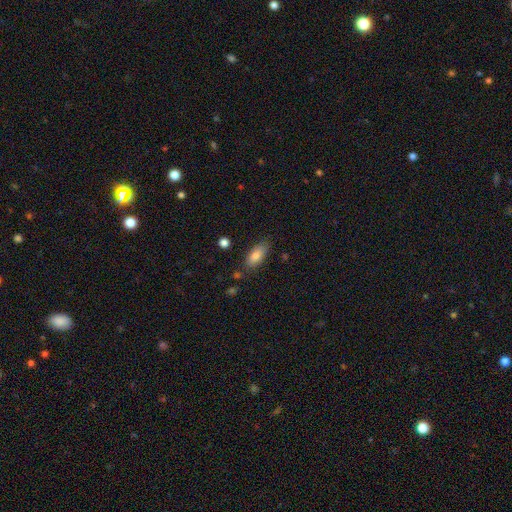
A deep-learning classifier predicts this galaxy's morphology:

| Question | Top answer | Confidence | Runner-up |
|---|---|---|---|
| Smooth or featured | smooth | 82% | featured or disk (11%) |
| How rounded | in between | 84% | cigar-shaped (14%) |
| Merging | none | 77% | minor disturbance (17%) |